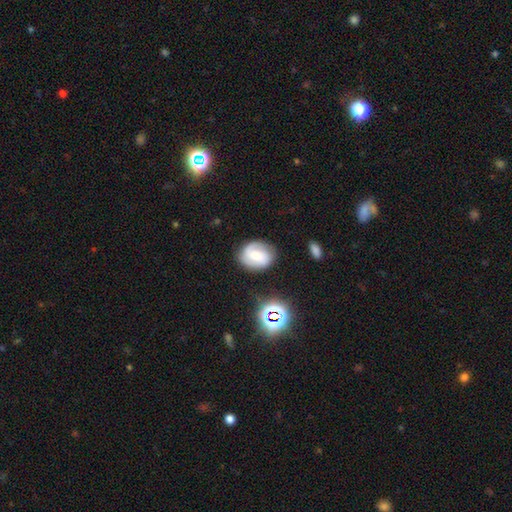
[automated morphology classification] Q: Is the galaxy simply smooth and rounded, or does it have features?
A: featured or disk — 54%.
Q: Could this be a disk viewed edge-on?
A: no — 97%.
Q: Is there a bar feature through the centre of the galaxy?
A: no — 43%.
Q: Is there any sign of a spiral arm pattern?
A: yes — 87%.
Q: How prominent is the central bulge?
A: moderate — 46%.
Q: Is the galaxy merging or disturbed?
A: none — 74%.